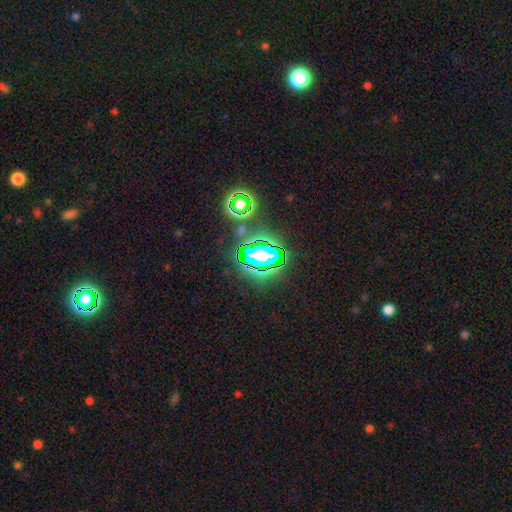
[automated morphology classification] This appears to be a star or artifact, not a galaxy (75%).